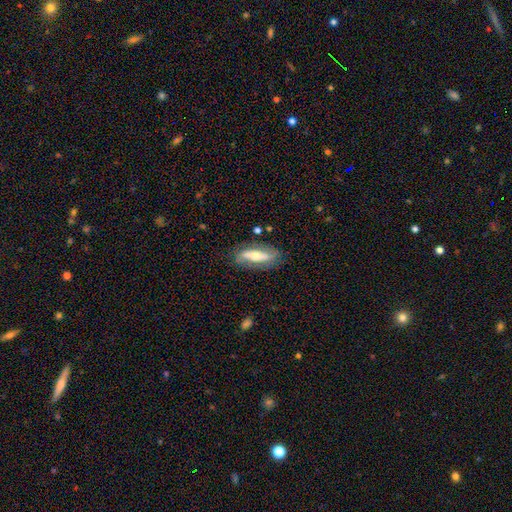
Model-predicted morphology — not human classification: Overall: featured or disk (55%; smooth 39%). Edge-on disk: no (59%; yes 41%). Merging: none (78%).